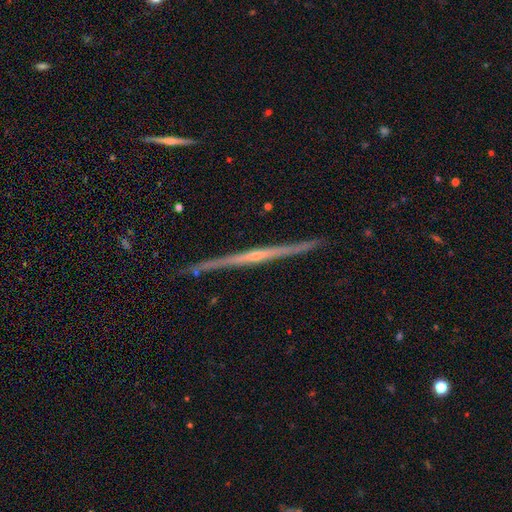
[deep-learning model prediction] A featured or disk galaxy (85%) viewed edge-on (98%) with a rounded central bulge (71%). Merging: none (91%).